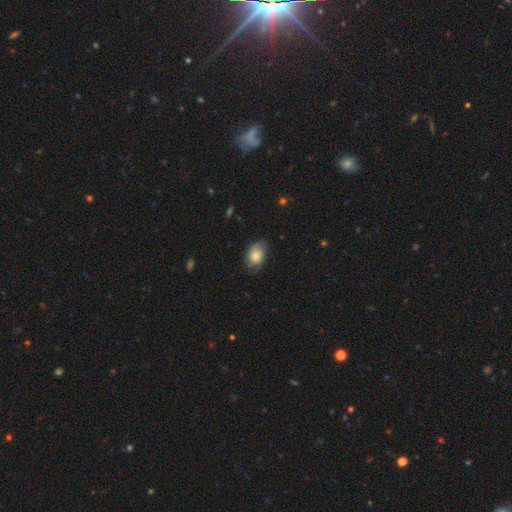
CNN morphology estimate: Q: Smooth or featured?
A: smooth (68%); runner-up: featured or disk (24%)
Q: How rounded?
A: in between (79%); runner-up: round (20%)
Q: Merging?
A: none (62%); runner-up: minor disturbance (29%)